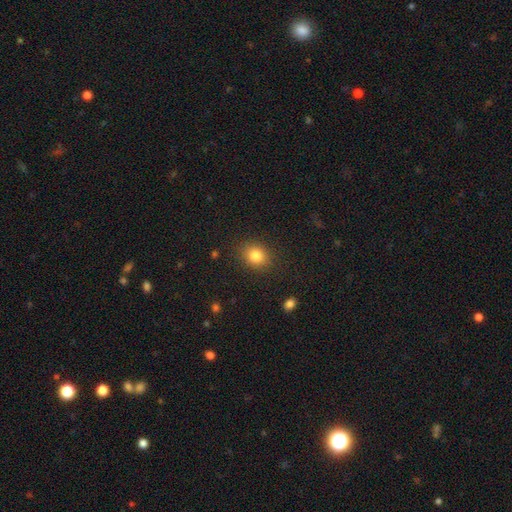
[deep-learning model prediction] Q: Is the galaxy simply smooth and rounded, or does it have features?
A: smooth — 83%.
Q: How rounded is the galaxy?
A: round — 60%.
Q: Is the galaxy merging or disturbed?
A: none — 86%.